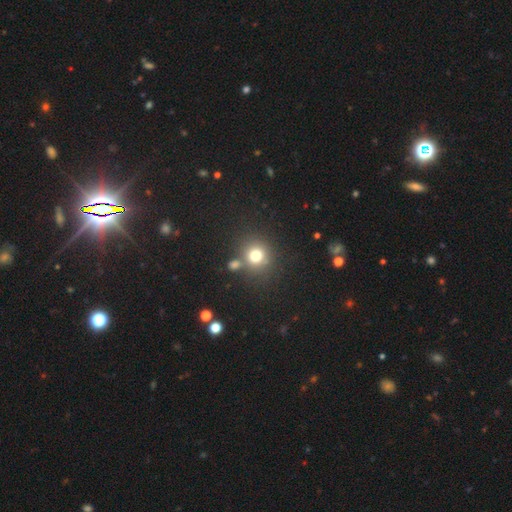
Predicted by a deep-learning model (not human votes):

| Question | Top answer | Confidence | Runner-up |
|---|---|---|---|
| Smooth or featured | smooth | 76% | star or artifact (16%) |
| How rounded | round | 86% | in between (13%) |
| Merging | none | 69% | merger (17%) |